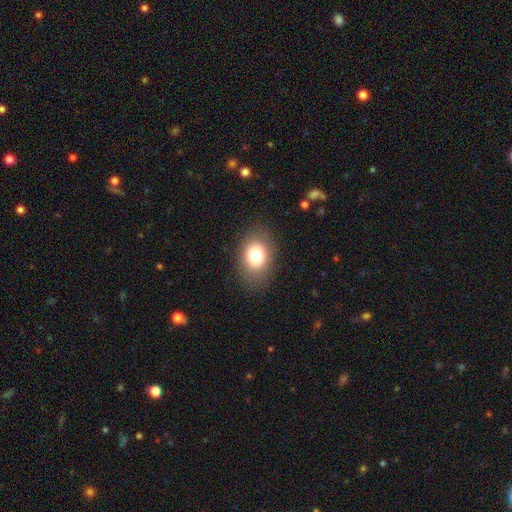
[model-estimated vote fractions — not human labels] The model was most divided on "how rounded": in between: 72%, round: 27%, cigar-shaped: 1%. More confident: merging — none (84%); smooth or featured — smooth (77%).